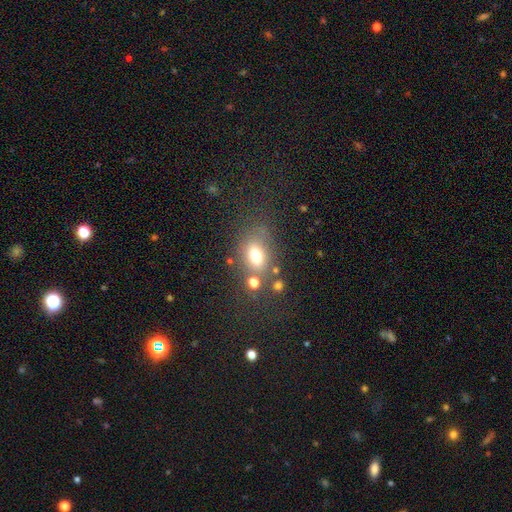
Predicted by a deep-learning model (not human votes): Overall: smooth (71%). How rounded: in between (69%). Merging: none (62%).